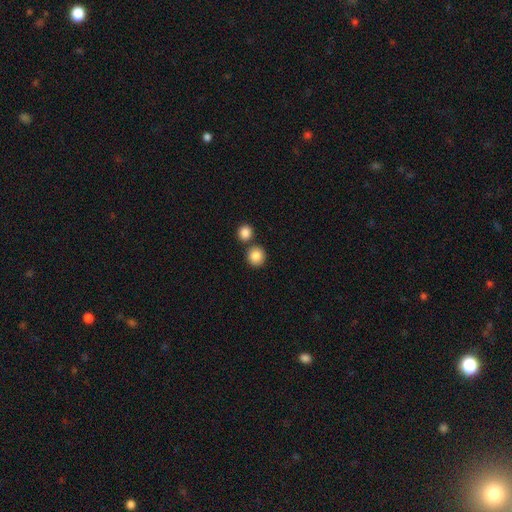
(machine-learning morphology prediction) Smooth or featured? smooth (86%)
How rounded? round (89%)
Merging? none (70%)